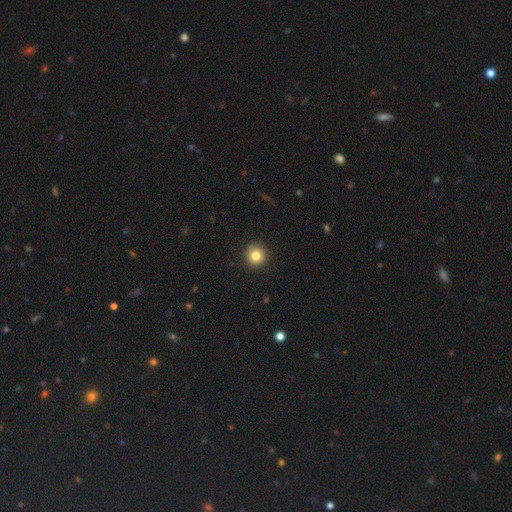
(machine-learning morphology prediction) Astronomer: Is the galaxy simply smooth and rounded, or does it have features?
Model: smooth — 83%.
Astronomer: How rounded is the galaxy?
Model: round — 94%.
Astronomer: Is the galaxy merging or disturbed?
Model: none — 91%.